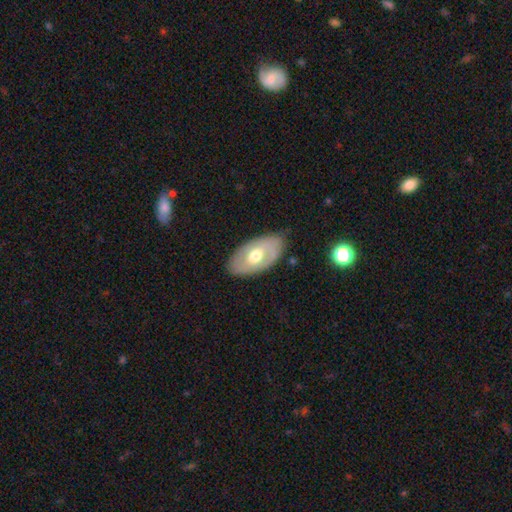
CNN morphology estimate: Smooth or featured: featured or disk — 51% (smooth — 44%)
Edge-on disk: no — 87% (yes — 13%)
Merging: none — 78% (minor disturbance — 16%)